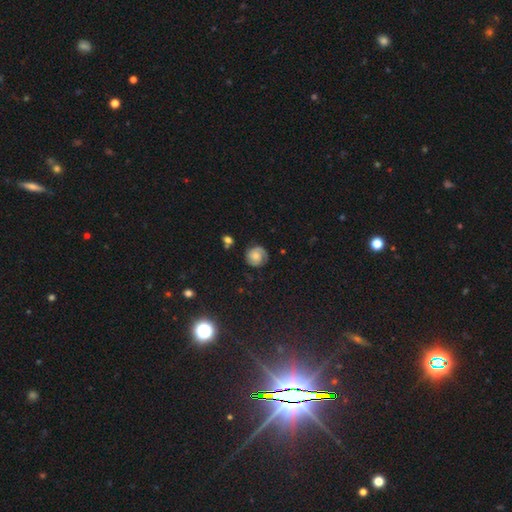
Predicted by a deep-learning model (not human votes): Q: Smooth or featured?
A: featured or disk (56%); runner-up: smooth (33%)
Q: Edge-on disk?
A: no (98%); runner-up: yes (2%)
Q: Bar?
A: no (72%); runner-up: weak (24%)
Q: Spiral arms?
A: yes (91%); runner-up: no (9%)
Q: Bulge size?
A: moderate (43%); runner-up: small (34%)
Q: Merging?
A: none (76%); runner-up: minor disturbance (16%)